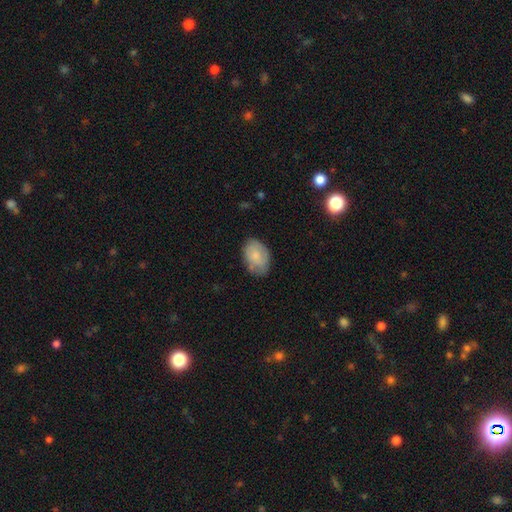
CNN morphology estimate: A smooth galaxy with no disk features (76%) that is in between round and cigar-shaped (85%).

Vote fractions:
- Smooth or featured? smooth: 76% / featured or disk: 17% / star or artifact: 6%
- How rounded? in between: 85% / round: 13% / cigar-shaped: 1%
- Merging? none: 69% / minor disturbance: 24% / major disturbance: 5% / merger: 2%